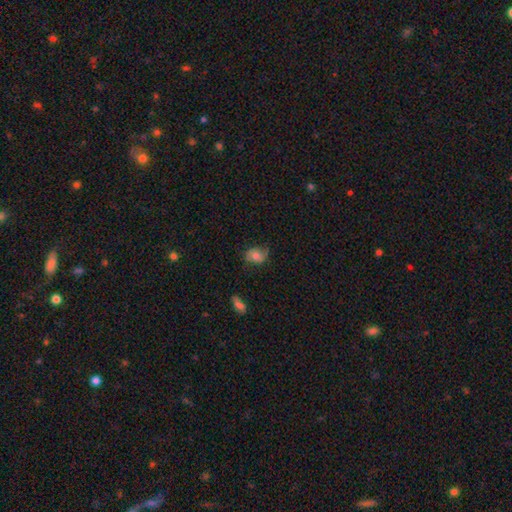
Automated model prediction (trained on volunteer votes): Q: Smooth or featured?
A: smooth (58%); runner-up: featured or disk (32%)
Q: How rounded?
A: in between (57%); runner-up: round (41%)
Q: Merging?
A: none (61%); runner-up: minor disturbance (27%)